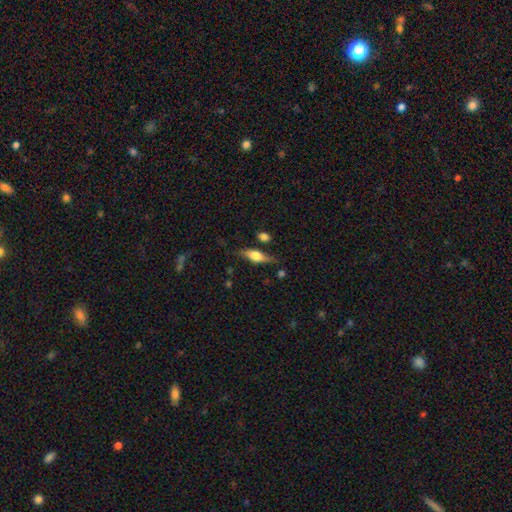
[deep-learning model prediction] smooth-or-featured: featured or disk: 54% | smooth: 38% | star or artifact: 7%
  disk-edge-on: yes: 92% | no: 8%
  merging: none: 73% | minor disturbance: 17% | major disturbance: 5% | merger: 4%